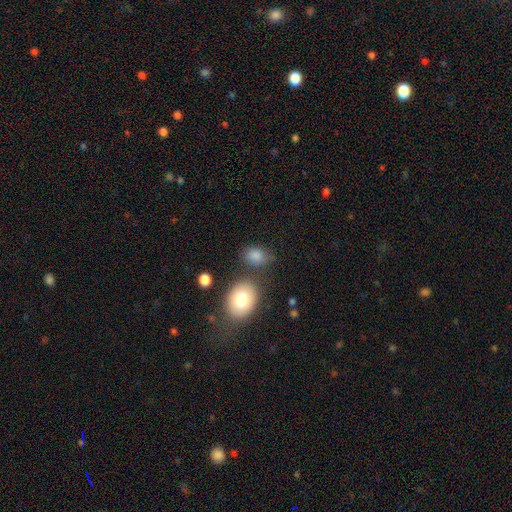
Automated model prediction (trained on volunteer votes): This appears to be a smooth galaxy with no disk features (82%) that is in between round and cigar-shaped (73%). Merging: none (64%).